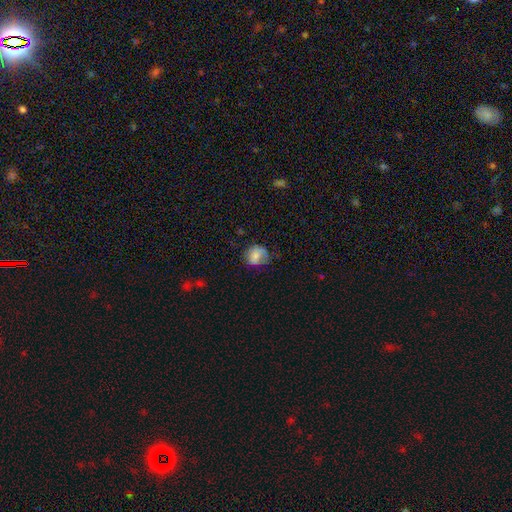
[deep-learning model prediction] Morphology: type=smooth (74%); roundness=round (72%); merging=none (57%).